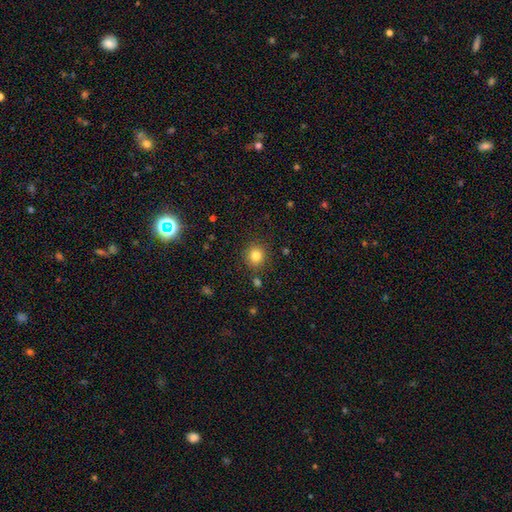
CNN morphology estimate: Overall: smooth (82%). How rounded: round (87%). Merging: none (86%).